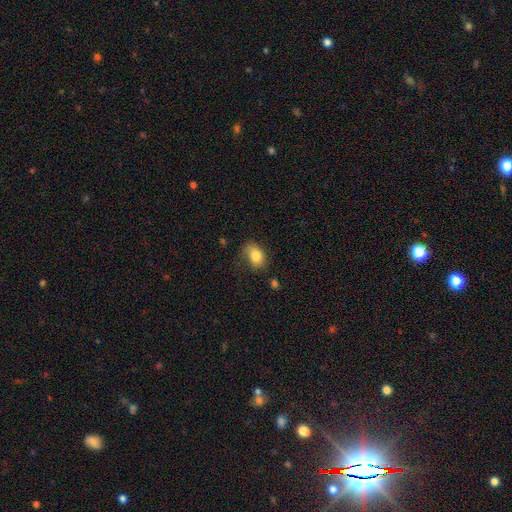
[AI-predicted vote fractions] A smooth galaxy with no disk features (82%) that is in between round and cigar-shaped (79%). Merging: none (63%).